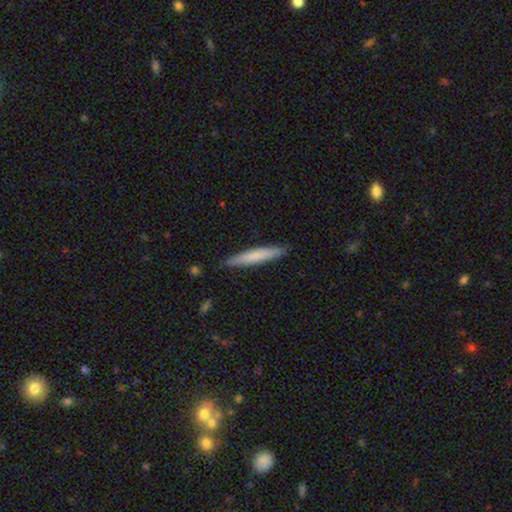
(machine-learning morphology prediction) This appears to be a smooth galaxy with no disk features (71%) that is cigar-shaped (95%). Merging: none (89%).